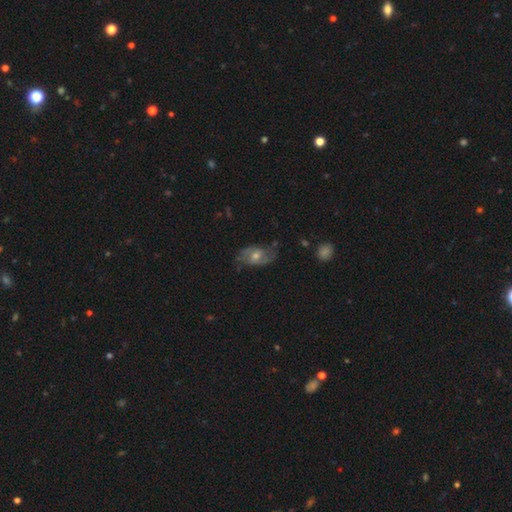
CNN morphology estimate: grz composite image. It shows a featured or disk galaxy (72%) with no bar (49%), 2 (83%) medium (47%) spiral arms (89%) and a moderate central bulge (61%). Merging: none (70%).